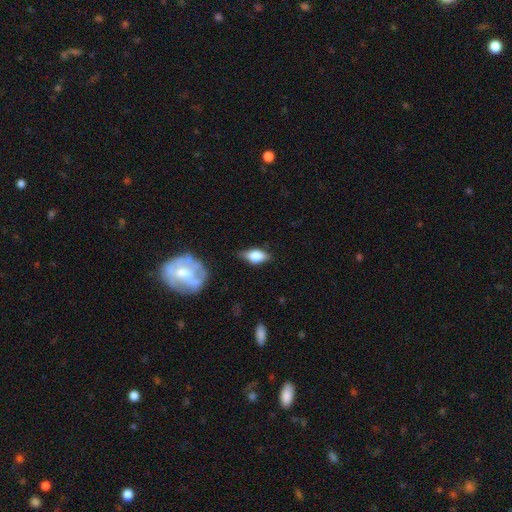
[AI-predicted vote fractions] A smooth galaxy with no disk features (61%) that is in between round and cigar-shaped (82%).

Vote fractions:
- Smooth or featured? smooth: 61% / featured or disk: 31% / star or artifact: 8%
- How rounded? in between: 82% / cigar-shaped: 12% / round: 7%
- Merging? none: 70% / minor disturbance: 22% / major disturbance: 5% / merger: 2%